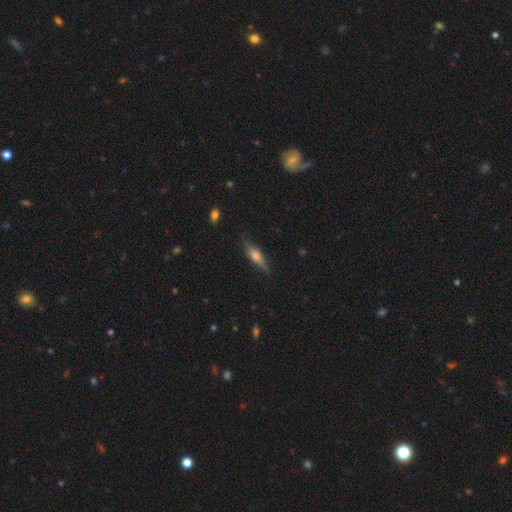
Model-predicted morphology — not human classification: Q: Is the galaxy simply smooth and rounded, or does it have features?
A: featured or disk — 58%.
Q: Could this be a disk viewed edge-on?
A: yes — 94%.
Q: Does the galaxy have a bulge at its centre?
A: rounded — 82%.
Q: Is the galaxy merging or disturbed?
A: none — 82%.